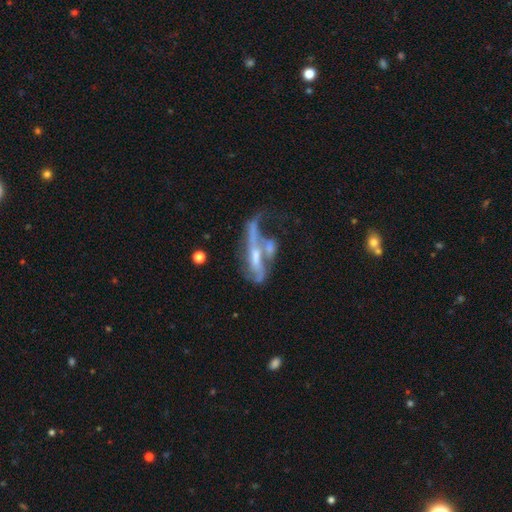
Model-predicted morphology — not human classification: featured or disk 70%, smooth 21%, star or artifact 9%. Down the decision tree: edge-on disk — no (68%); merging — merger (43%).